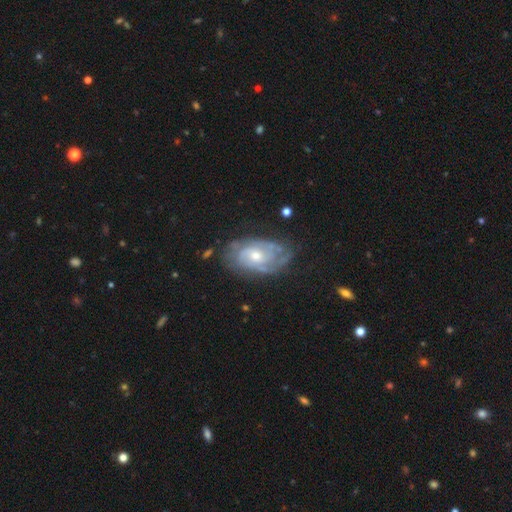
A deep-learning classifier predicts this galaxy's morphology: Smooth or featured? featured or disk (81%)
Edge-on disk? no (95%)
Bar? no (70%)
Spiral arms? yes (91%)
Spiral winding? tight (63%)
Spiral arm count? can't tell (40%)
Bulge size? moderate (50%)
Merging? none (67%)